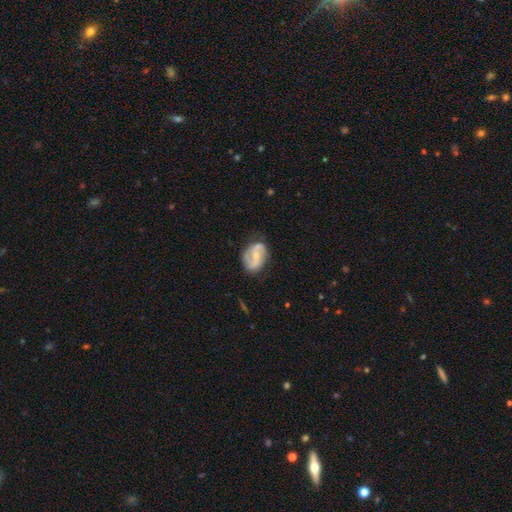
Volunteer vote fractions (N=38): featured or disk 84%, smooth 8%, star or artifact 8%. Down the decision tree: edge-on disk — no (100%); bar — no (50%); spiral arms — yes (97%); spiral arm count — 2 (74%); spiral winding — medium (45%); bulge size — moderate (44%, tied with small); merging — none (71%).